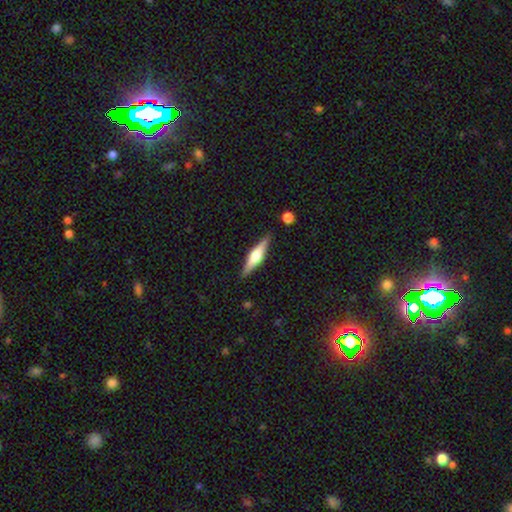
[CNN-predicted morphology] The model was most divided on "smooth or featured": featured or disk: 67%, smooth: 28%, star or artifact: 5%. More confident: edge-on disk — yes (97%); merging — none (89%); edge-on bulge — rounded (89%).